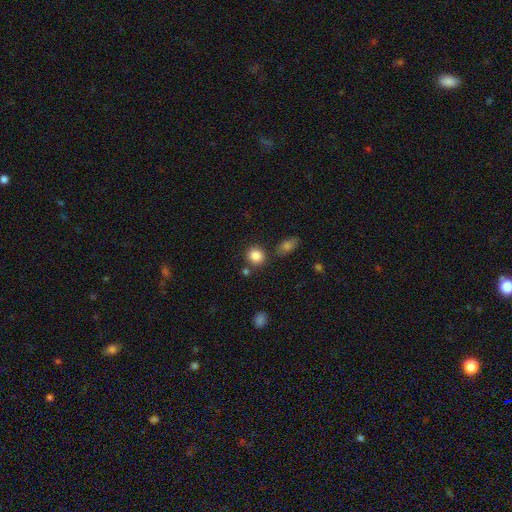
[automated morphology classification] A smooth galaxy with no disk features (85%) that is round (83%). Merging: none (76%).